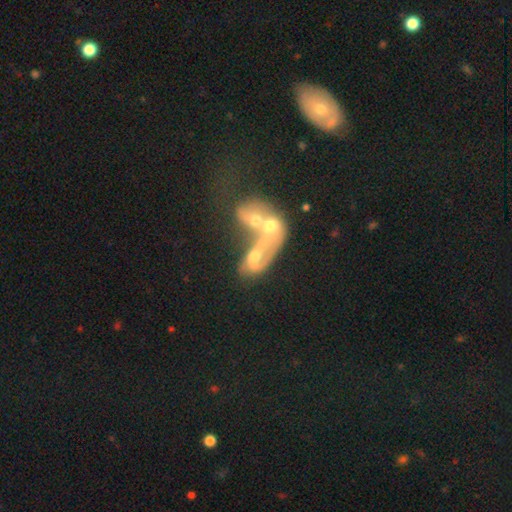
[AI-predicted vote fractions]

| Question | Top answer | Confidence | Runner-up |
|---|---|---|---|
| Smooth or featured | featured or disk | 45% | smooth (33%) |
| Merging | merger | 71% | none (14%) |